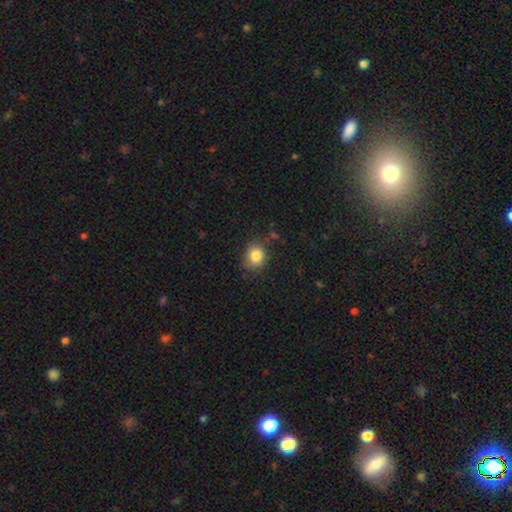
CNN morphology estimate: This is clearly a smooth galaxy (84%). How rounded: likely round (72%). Merging: likely none (78%).